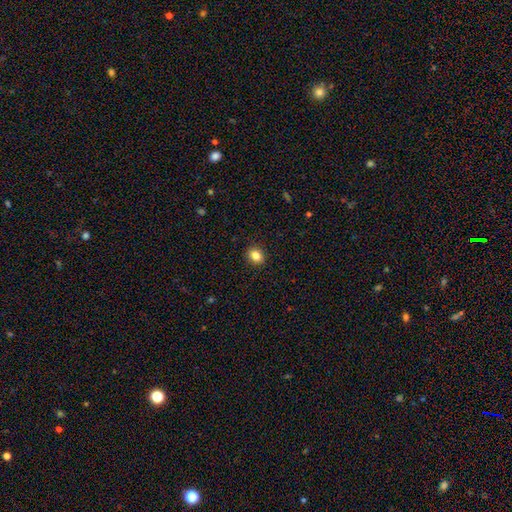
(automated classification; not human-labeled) This is clearly a smooth galaxy (85%). How rounded: possibly round (58%). Merging: clearly none (91%).